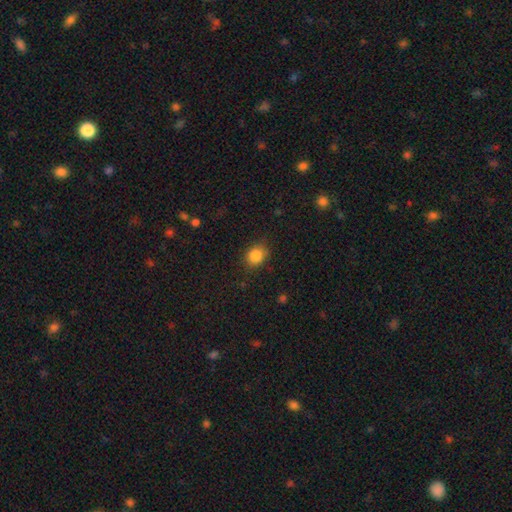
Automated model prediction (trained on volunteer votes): Smooth or featured? smooth (85%)
How rounded? round (70%)
Merging? none (76%)